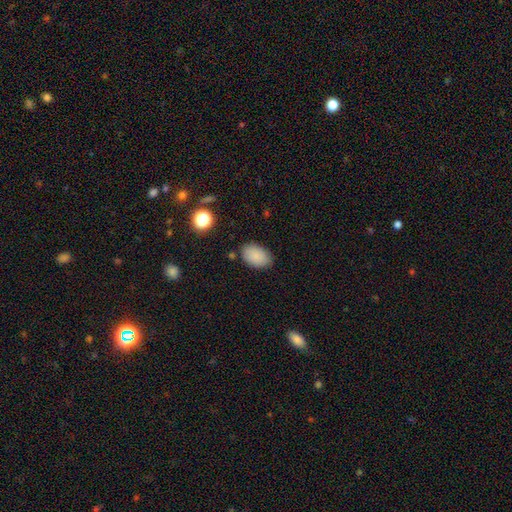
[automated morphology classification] Smooth or featured? smooth (87%)
How rounded? in between (89%)
Merging? none (82%)